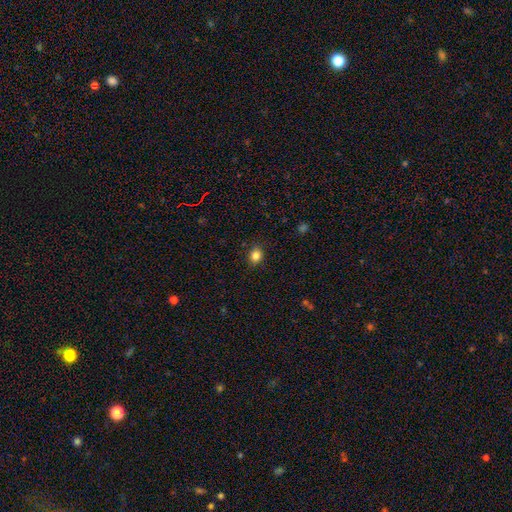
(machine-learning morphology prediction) A smooth galaxy with no disk features (84%) that is round (49%, tied with in between).

Vote fractions:
- Smooth or featured? smooth: 84% / star or artifact: 11% / featured or disk: 5%
- How rounded? round: 49% (tied) / in between: 49% (tied) / cigar-shaped: 1%
- Merging? none: 88% / minor disturbance: 9% / major disturbance: 2% / merger: 1%